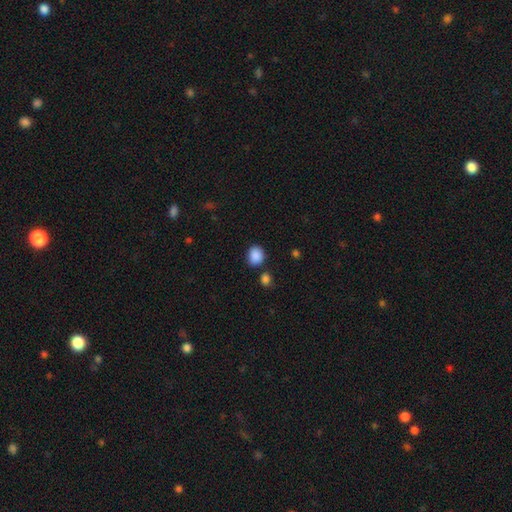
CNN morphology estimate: Q: Smooth or featured?
A: smooth (88%); runner-up: star or artifact (9%)
Q: How rounded?
A: round (66%); runner-up: in between (33%)
Q: Merging?
A: none (78%); runner-up: minor disturbance (12%)